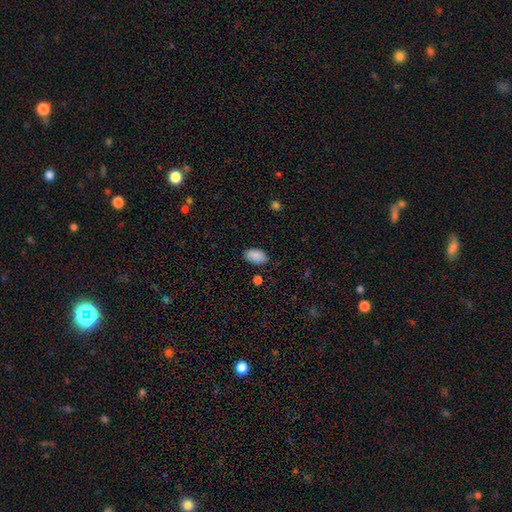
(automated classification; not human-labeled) Smooth or featured?
  - smooth: 89% *
  - star or artifact: 7%
  - featured or disk: 4%
How rounded?
  - in between: 94% *
  - round: 4%
  - cigar-shaped: 2%
Merging?
  - none: 82% *
  - minor disturbance: 13%
  - major disturbance: 3%
  - merger: 2%